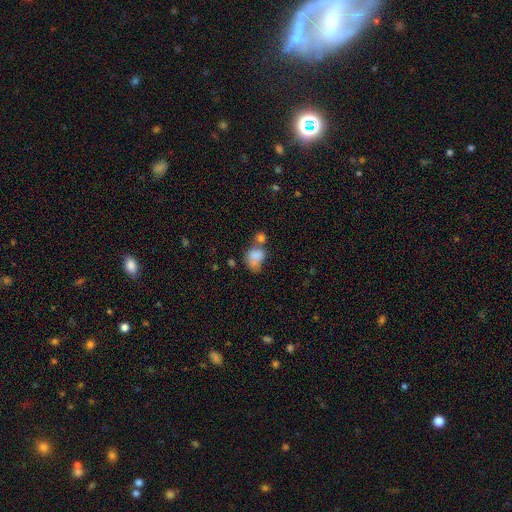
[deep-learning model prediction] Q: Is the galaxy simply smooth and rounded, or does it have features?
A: smooth — 76%.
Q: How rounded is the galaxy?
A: in between — 69%.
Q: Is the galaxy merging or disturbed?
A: merger — 37%.